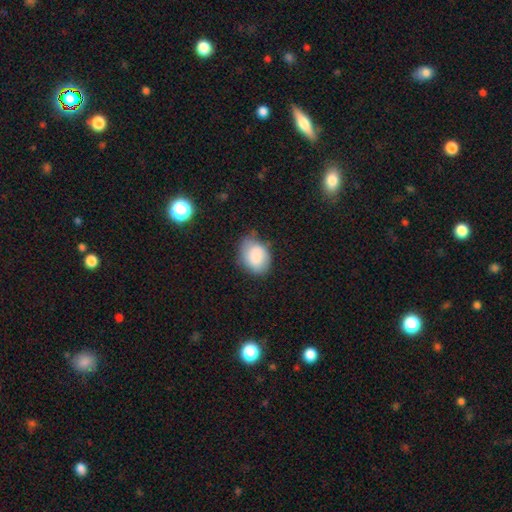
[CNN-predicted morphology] A smooth galaxy with no disk features (81%) that is in between round and cigar-shaped (62%).

Vote fractions:
- Smooth or featured? smooth: 81% / featured or disk: 12% / star or artifact: 7%
- How rounded? in between: 62% / round: 37% / cigar-shaped: 1%
- Merging? none: 55% / minor disturbance: 33% / major disturbance: 9% / merger: 3%